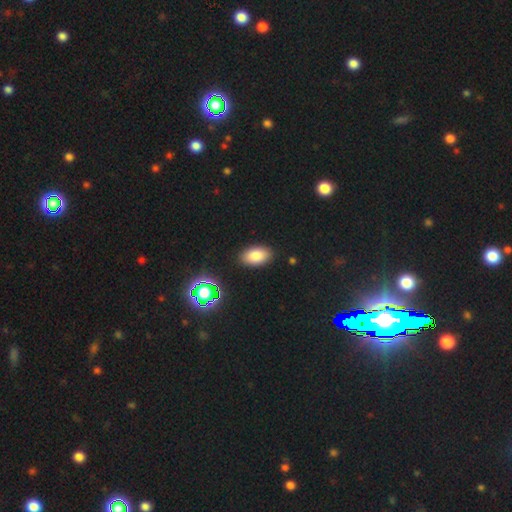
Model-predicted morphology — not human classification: This appears to be a smooth galaxy with no disk features (82%) that is in between round and cigar-shaped (93%). Merging: none (88%).